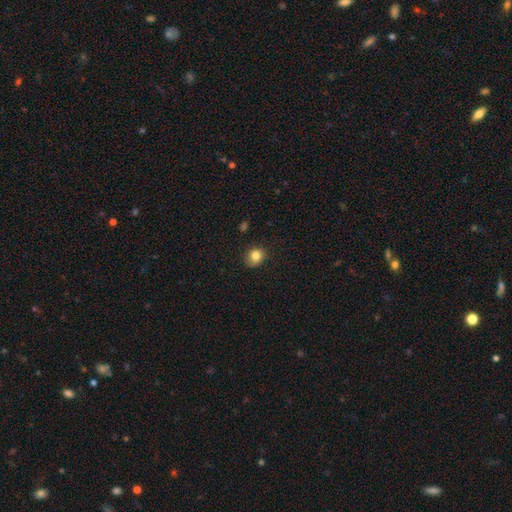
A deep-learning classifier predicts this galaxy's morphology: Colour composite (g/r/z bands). It shows a smooth galaxy with no disk features (81%) that is round (70%). Merging: none (75%).